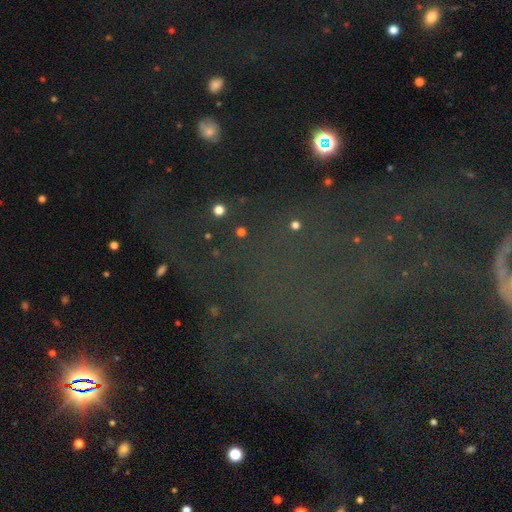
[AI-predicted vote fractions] This appears to be a star or artifact, not a galaxy (61%).